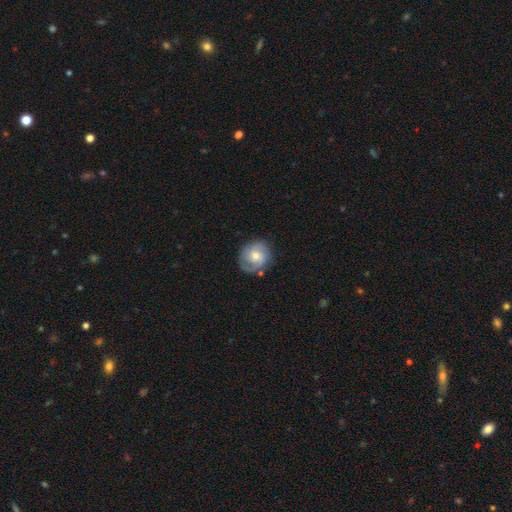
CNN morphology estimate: A featured or disk galaxy (66%) with no bar (67%), 2 (47%) tight (49%) spiral arms (89%) and a moderate central bulge (58%). Merging: none (73%).